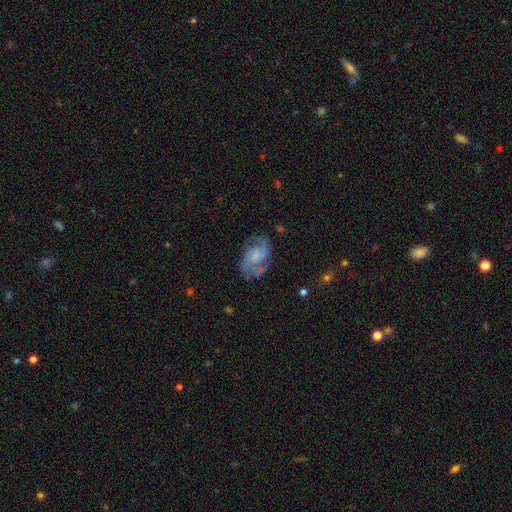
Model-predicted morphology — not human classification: A featured or disk galaxy (69%) with no bar (61%), 2 (57%) medium (48%) spiral arms (88%) and no central bulge (35%, tied with small).

Vote fractions:
- Smooth or featured? featured or disk: 69% / smooth: 23% / star or artifact: 8%
- Edge-on disk? no: 97% / yes: 3%
- Bar? no: 61% / weak: 33% / strong: 6%
- Spiral arms? yes: 88% / no: 12%
- Spiral winding? medium: 48% / tight: 28% / loose: 24%
- Spiral arm count? 2: 57% / can't tell: 19% / 3: 13% / 1: 4% / 4: 3% / more than 4: 3%
- Bulge size? none: 35% (tied) / small: 35% (tied) / moderate: 22% / large: 7% / dominant: 2%
- Merging? none: 61% / minor disturbance: 22% / major disturbance: 14% / merger: 3%